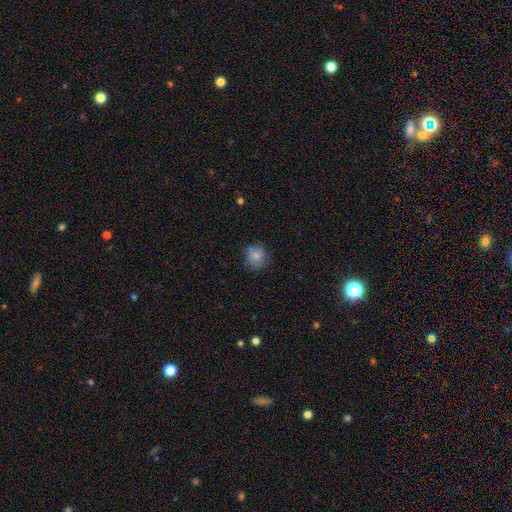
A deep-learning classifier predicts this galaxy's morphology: smooth 79%, featured or disk 12%, star or artifact 10%. Down the decision tree: how rounded — round (80%); merging — none (69%).